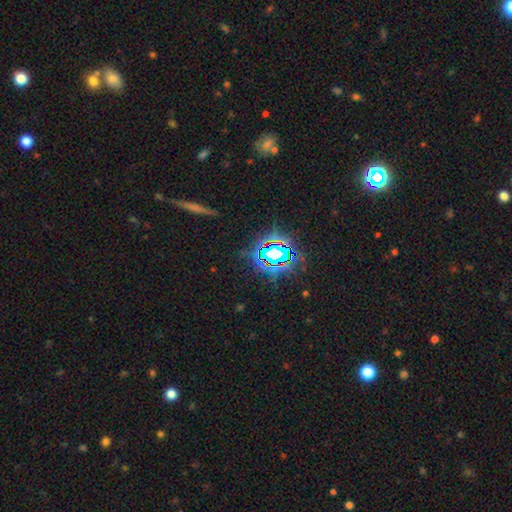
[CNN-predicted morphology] smooth-or-featured: star or artifact: 74% | smooth: 14% | featured or disk: 12%